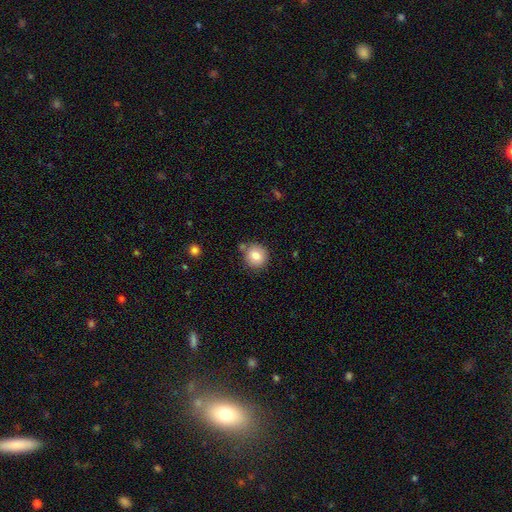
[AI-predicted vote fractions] smooth-or-featured: smooth: 82% | star or artifact: 9% | featured or disk: 9%
  how-rounded: round: 89% | in between: 10% | cigar-shaped: 1%
  merging: none: 76% | minor disturbance: 12% | merger: 9% | major disturbance: 3%